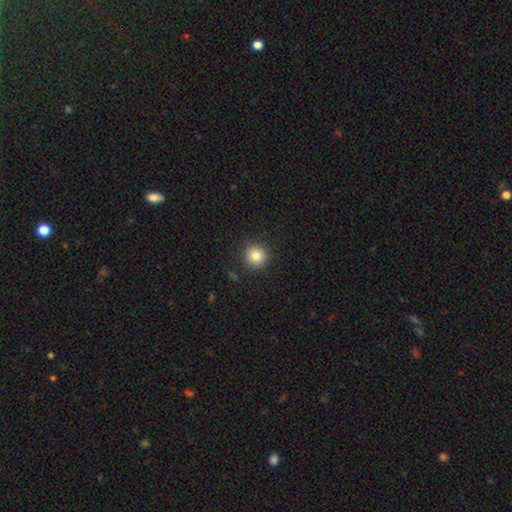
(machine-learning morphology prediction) Smooth or featured?
  - smooth: 82% *
  - star or artifact: 11%
  - featured or disk: 7%
How rounded?
  - round: 94% *
  - in between: 5%
  - cigar-shaped: 1%
Merging?
  - none: 89% *
  - minor disturbance: 7%
  - major disturbance: 2%
  - merger: 1%